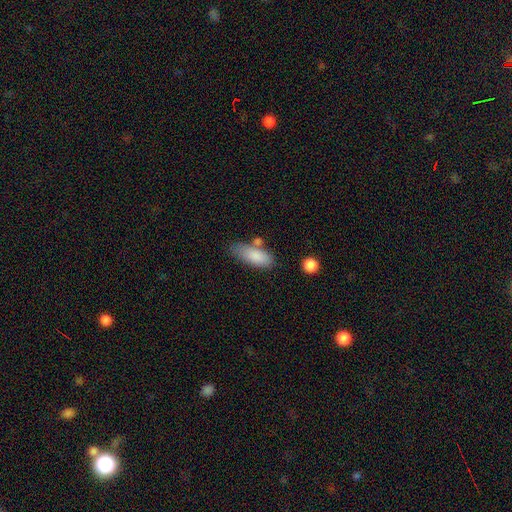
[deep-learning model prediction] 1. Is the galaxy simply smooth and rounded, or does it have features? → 84% smooth, 10% featured or disk, 7% star or artifact.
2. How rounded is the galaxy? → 77% in between, 21% cigar-shaped, 2% round.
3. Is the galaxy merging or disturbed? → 59% none, 21% minor disturbance, 14% merger, 6% major disturbance.